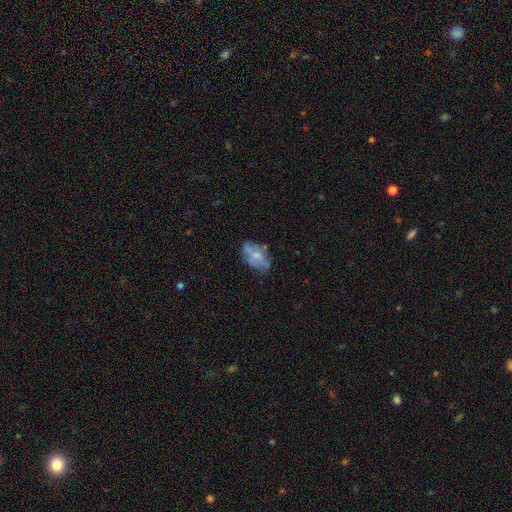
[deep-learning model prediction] smooth-or-featured: smooth: 46% | featured or disk: 45% | star or artifact: 9%
  merging: none: 54% | minor disturbance: 27% | major disturbance: 15% | merger: 5%